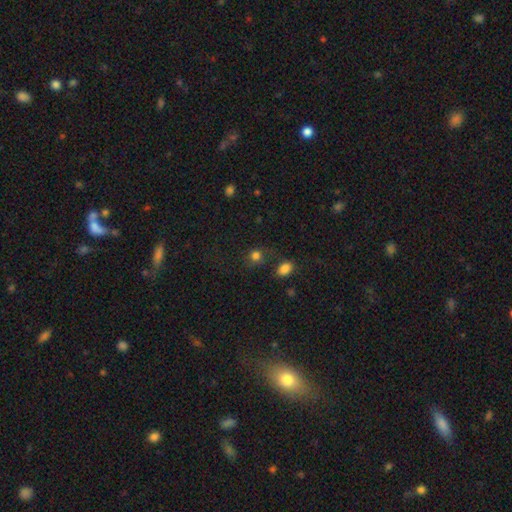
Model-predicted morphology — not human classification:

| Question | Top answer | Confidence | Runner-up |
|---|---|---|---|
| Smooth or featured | smooth | 79% | star or artifact (15%) |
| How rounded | round | 79% | in between (19%) |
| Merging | none | 70% | minor disturbance (15%) |